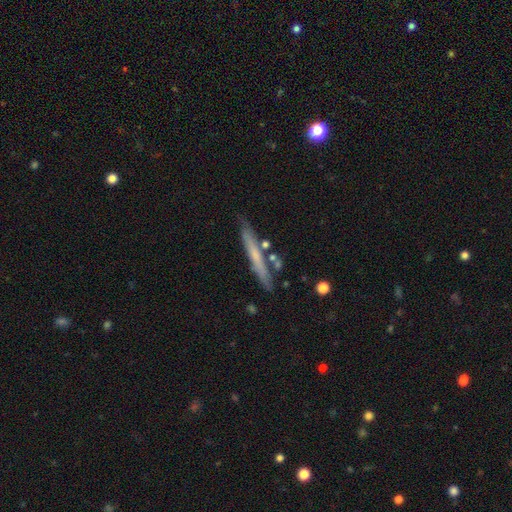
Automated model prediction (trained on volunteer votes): This appears to be a smooth galaxy with no disk features (51%) that is cigar-shaped (95%). Merging: none (81%).